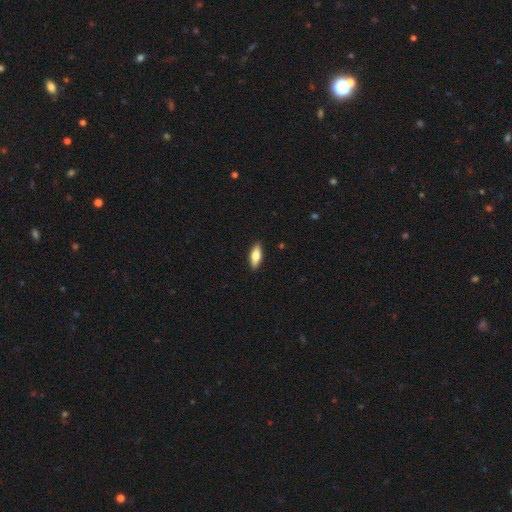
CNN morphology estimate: The model was most divided on "how rounded": in between: 69%, cigar-shaped: 29%, round: 3%. More confident: merging — none (90%); smooth or featured — smooth (70%).